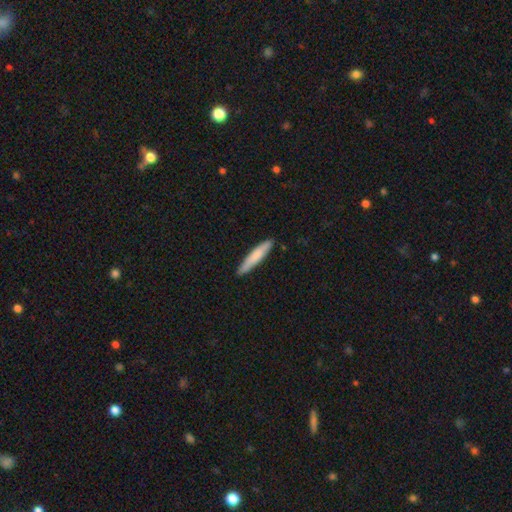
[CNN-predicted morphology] This appears to be a smooth galaxy with no disk features (76%) that is cigar-shaped (91%). Merging: none (87%).